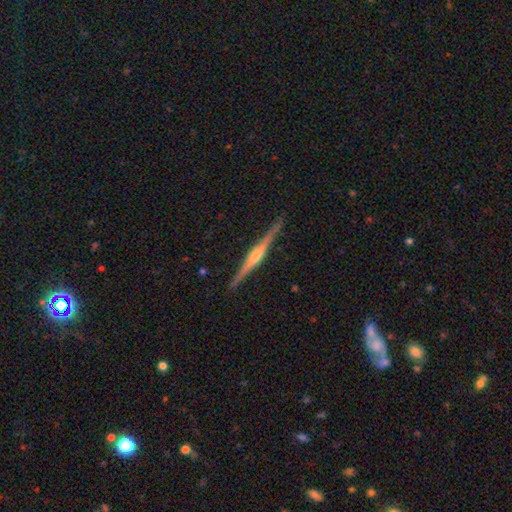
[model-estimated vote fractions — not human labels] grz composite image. It shows a featured or disk galaxy (86%) viewed edge-on (99%) with a rounded central bulge (84%). Merging: none (91%).